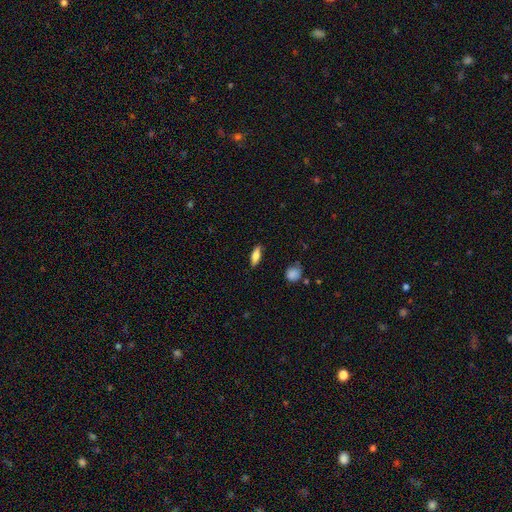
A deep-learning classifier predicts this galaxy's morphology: A smooth galaxy with no disk features (75%) that is in between round and cigar-shaped (61%).

Vote fractions:
- Smooth or featured? smooth: 75% / featured or disk: 18% / star or artifact: 7%
- How rounded? in between: 61% / cigar-shaped: 36% / round: 3%
- Merging? none: 86% / minor disturbance: 11% / major disturbance: 2% / merger: 1%